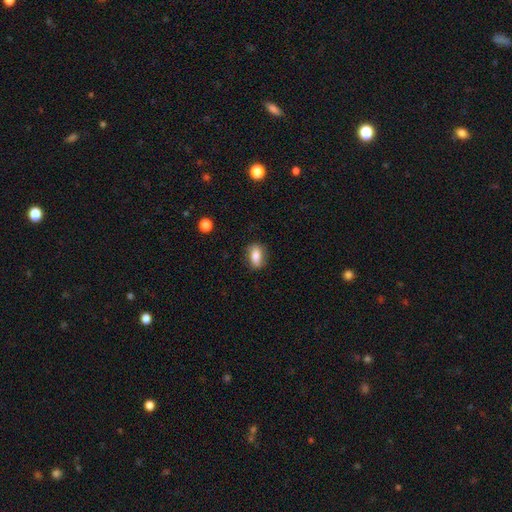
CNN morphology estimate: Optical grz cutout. It shows a smooth galaxy with no disk features (79%) that is in between round and cigar-shaped (80%). Merging: none (80%).